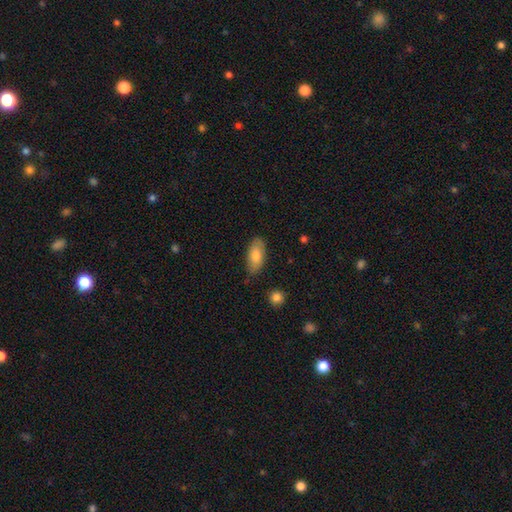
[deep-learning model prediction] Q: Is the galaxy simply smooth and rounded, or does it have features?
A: smooth — 80%.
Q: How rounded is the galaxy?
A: in between — 89%.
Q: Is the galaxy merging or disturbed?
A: none — 78%.